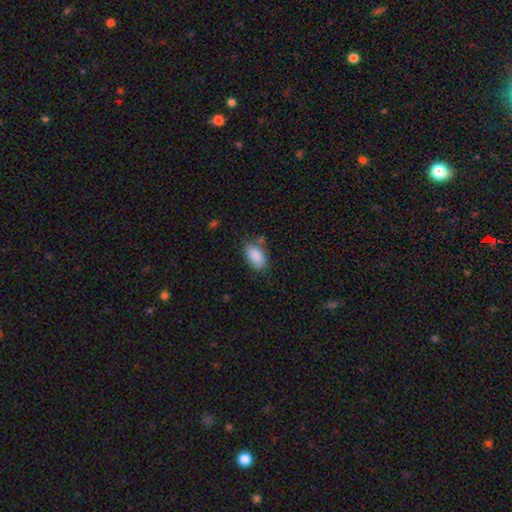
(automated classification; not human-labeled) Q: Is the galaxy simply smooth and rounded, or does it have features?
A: smooth — 88%.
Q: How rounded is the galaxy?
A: in between — 93%.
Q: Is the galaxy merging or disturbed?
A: none — 72%.